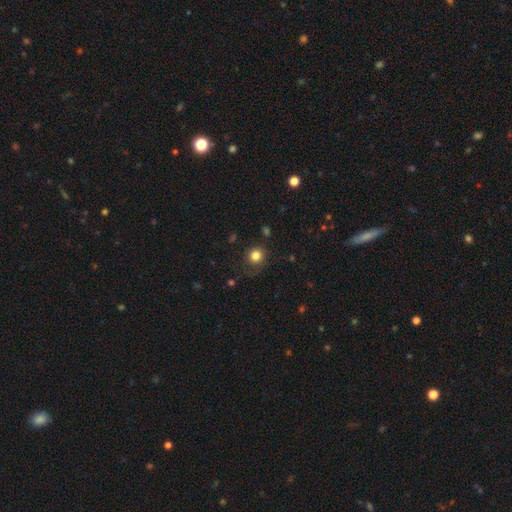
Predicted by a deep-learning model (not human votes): Smooth or featured?
  - smooth: 82% *
  - star or artifact: 12%
  - featured or disk: 6%
How rounded?
  - round: 88% *
  - in between: 11%
  - cigar-shaped: 1%
Merging?
  - none: 77% *
  - minor disturbance: 14%
  - major disturbance: 7%
  - merger: 2%